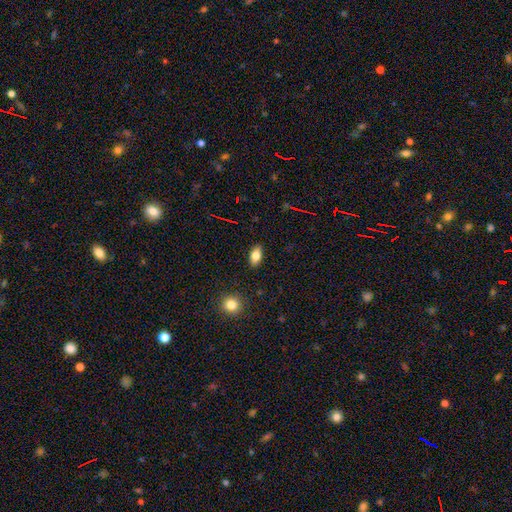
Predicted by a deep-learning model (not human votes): Overall: smooth (79%). How rounded: in between (89%). Merging: none (87%).